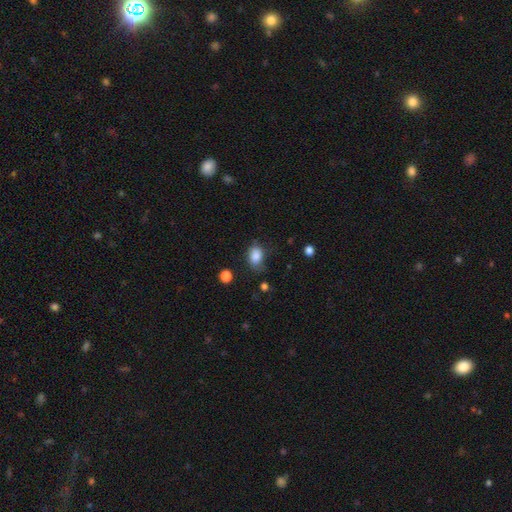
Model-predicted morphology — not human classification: type=smooth (85%); roundness=in between (75%); merging=none (62%).